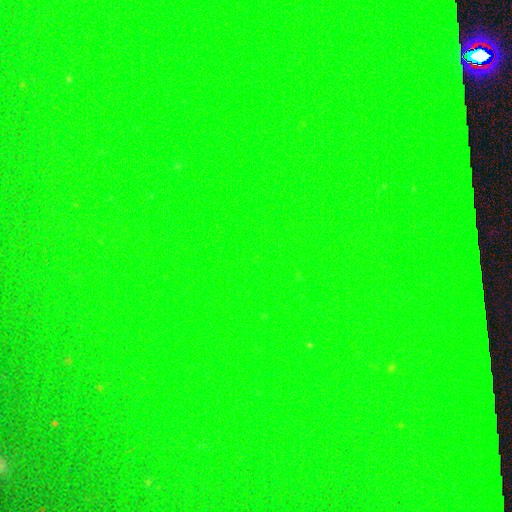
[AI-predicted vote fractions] smooth_or_featured: star or artifact (p=0.79) [alt: smooth p=0.12]